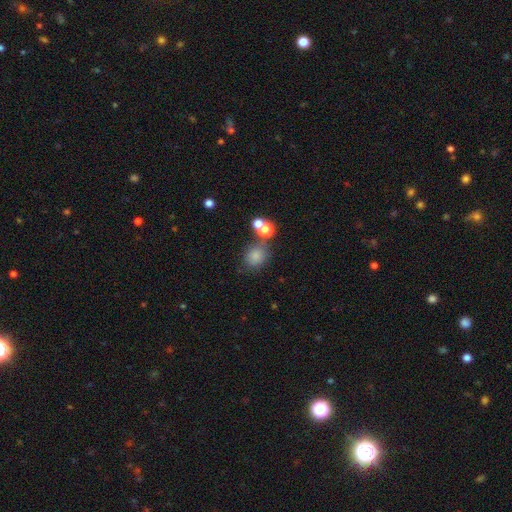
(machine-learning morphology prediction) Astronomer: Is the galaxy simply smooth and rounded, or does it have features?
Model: smooth — 78%.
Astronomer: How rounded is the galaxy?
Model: round — 70%.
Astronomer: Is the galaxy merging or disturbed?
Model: none — 62%.